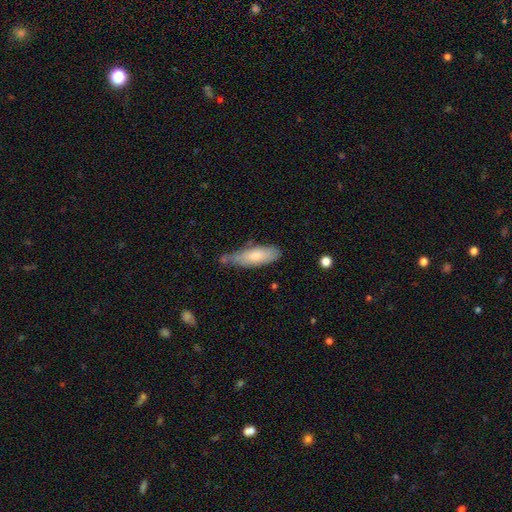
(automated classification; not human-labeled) Q: Smooth or featured?
A: smooth (75%); runner-up: featured or disk (19%)
Q: How rounded?
A: in between (56%); runner-up: cigar-shaped (42%)
Q: Merging?
A: none (45%); runner-up: minor disturbance (38%)